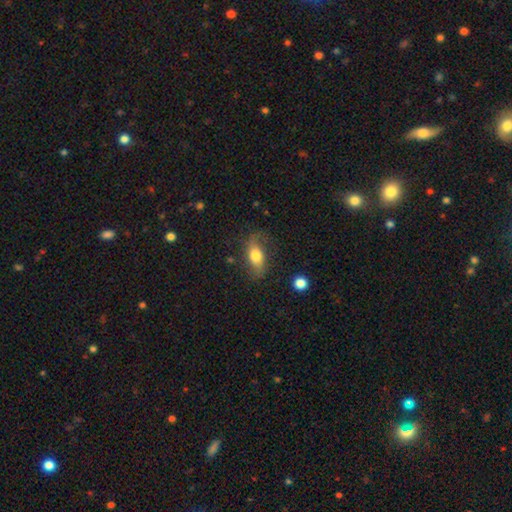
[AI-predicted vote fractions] This appears to be a smooth galaxy with no disk features (54%) that is in between round and cigar-shaped (79%). Merging: none (67%).